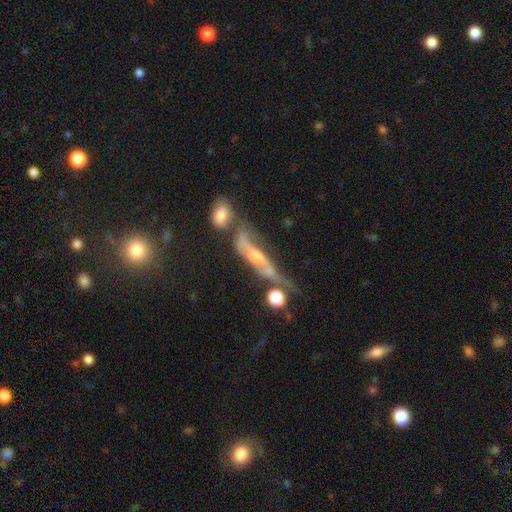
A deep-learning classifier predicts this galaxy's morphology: Smooth or featured: featured or disk — 64% (smooth — 20%)
Edge-on disk: yes — 65% (no — 35%)
Merging: none — 44% (merger — 28%)